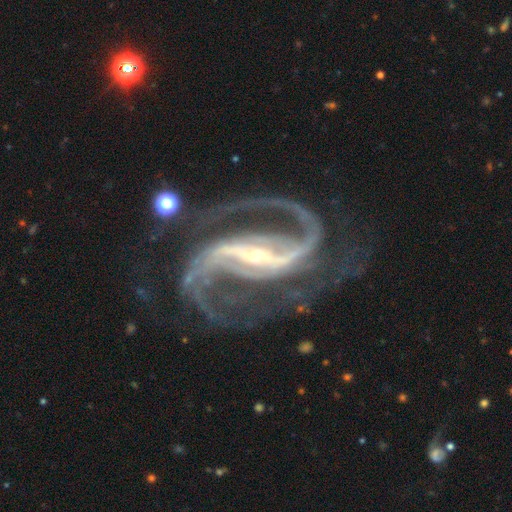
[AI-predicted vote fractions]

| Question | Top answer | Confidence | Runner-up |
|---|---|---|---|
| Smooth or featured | featured or disk | 94% | star or artifact (4%) |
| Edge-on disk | no | 97% | yes (3%) |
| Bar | strong | 79% | weak (16%) |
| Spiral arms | yes | 99% | no (1%) |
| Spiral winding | medium | 59% | loose (25%) |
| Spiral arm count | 2 | 84% | 3 (6%) |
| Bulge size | small | 74% | moderate (22%) |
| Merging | none | 67% | minor disturbance (15%) |